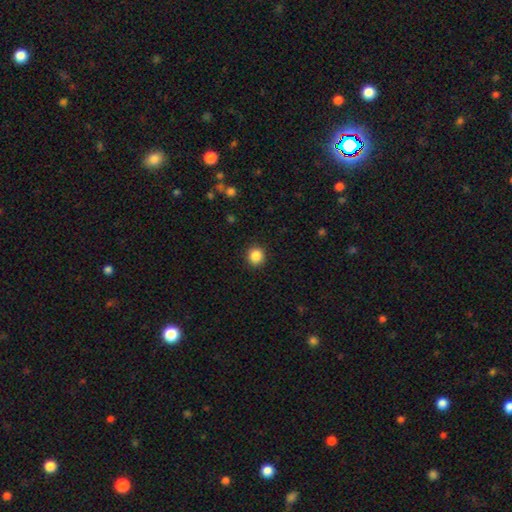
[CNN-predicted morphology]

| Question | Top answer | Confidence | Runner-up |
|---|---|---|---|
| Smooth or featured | smooth | 87% | star or artifact (10%) |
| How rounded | round | 91% | in between (8%) |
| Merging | none | 92% | minor disturbance (5%) |